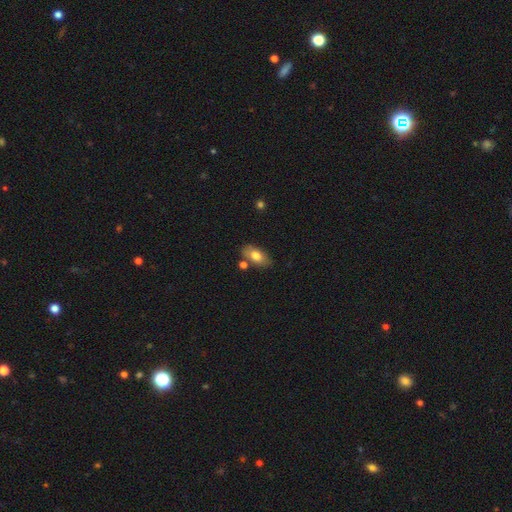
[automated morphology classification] This appears to be a smooth galaxy with no disk features (76%) that is in between round and cigar-shaped (90%). Merging: none (73%).